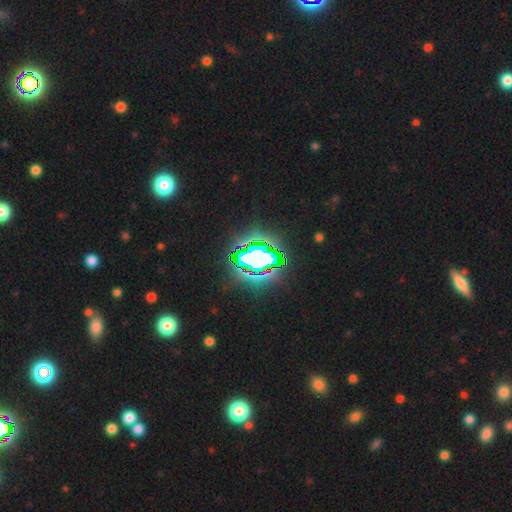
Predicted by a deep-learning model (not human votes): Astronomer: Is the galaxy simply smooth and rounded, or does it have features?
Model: star or artifact — 71%.